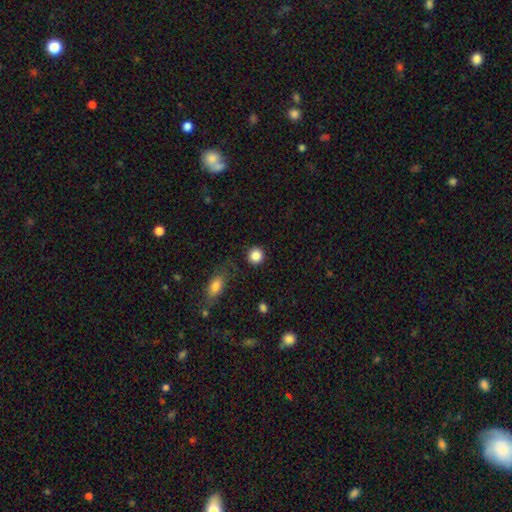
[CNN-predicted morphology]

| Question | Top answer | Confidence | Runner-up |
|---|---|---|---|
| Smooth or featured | smooth | 87% | star or artifact (9%) |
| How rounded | round | 93% | in between (6%) |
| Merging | none | 87% | minor disturbance (7%) |